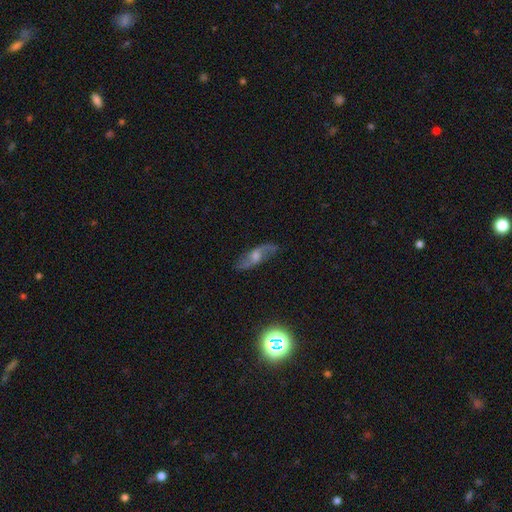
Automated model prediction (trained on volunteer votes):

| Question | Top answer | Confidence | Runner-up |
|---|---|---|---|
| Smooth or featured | featured or disk | 72% | smooth (18%) |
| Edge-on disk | no | 84% | yes (16%) |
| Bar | no | 47% | weak (42%) |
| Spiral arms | yes | 91% | no (9%) |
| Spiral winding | loose | 68% | medium (25%) |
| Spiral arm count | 2 | 89% | can't tell (5%) |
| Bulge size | moderate | 57% | small (30%) |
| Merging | none | 79% | minor disturbance (15%) |